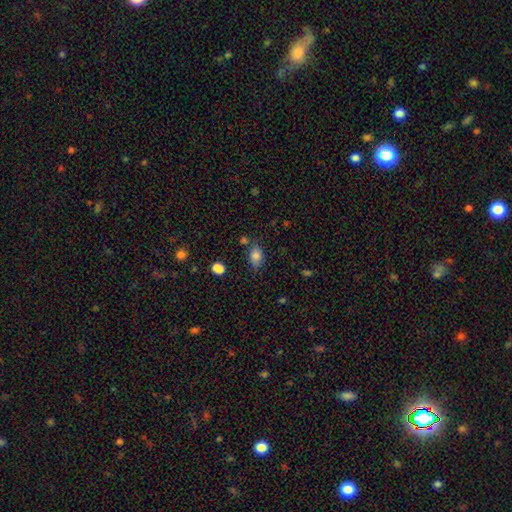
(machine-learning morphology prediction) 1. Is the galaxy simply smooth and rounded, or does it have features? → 82% smooth, 10% star or artifact, 8% featured or disk.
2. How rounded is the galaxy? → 82% in between, 16% round, 2% cigar-shaped.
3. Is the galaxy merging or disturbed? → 69% none, 19% minor disturbance, 7% merger, 5% major disturbance.